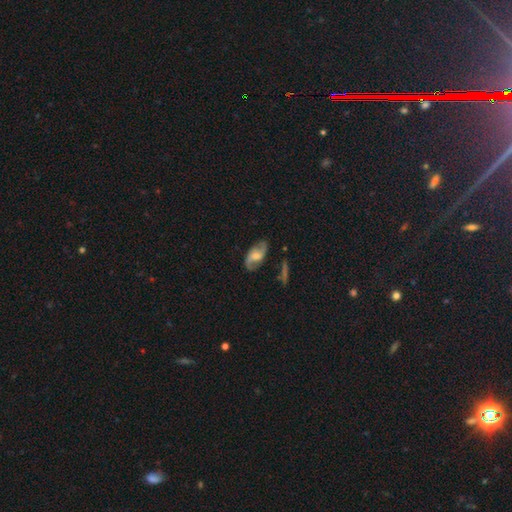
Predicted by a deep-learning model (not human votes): Smooth or featured: featured or disk — 73% (smooth — 21%)
Edge-on disk: no — 94% (yes — 6%)
Bar: no — 49% (weak — 42%)
Spiral arms: yes — 93% (no — 7%)
Spiral winding: loose — 50% (medium — 37%)
Spiral arm count: 2 — 90% (can't tell — 5%)
Bulge size: moderate — 51% (small — 29%)
Merging: none — 76% (minor disturbance — 17%)